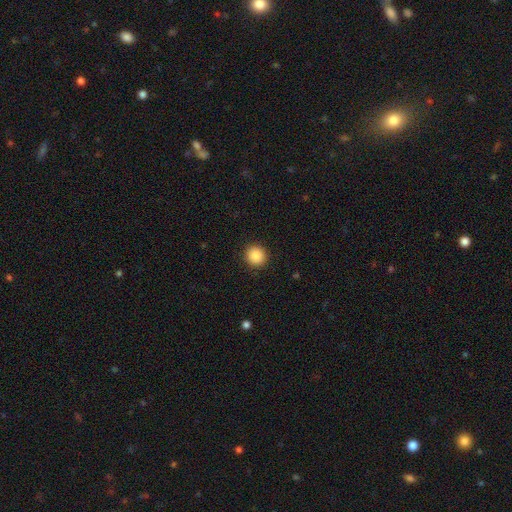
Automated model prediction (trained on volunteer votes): smooth-or-featured: smooth: 89% | star or artifact: 9% | featured or disk: 3%
  how-rounded: round: 91% | in between: 8% | cigar-shaped: 1%
  merging: none: 92% | minor disturbance: 5% | major disturbance: 2% | merger: 1%